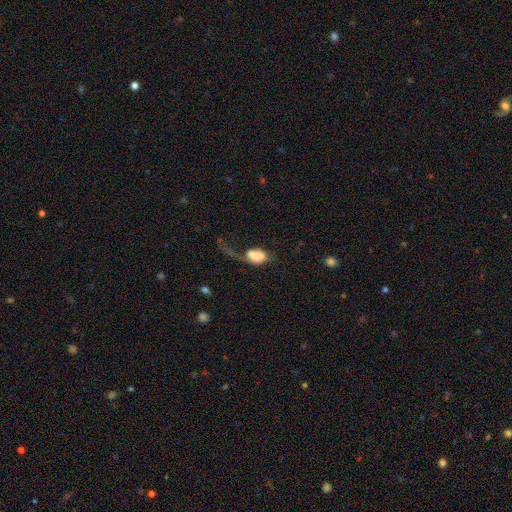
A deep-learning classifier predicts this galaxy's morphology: Overall: smooth (71%). How rounded: in between (86%). Merging: major disturbance (58%).